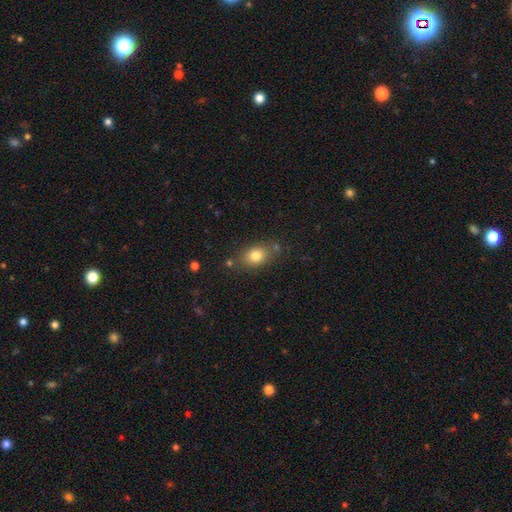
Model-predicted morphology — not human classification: type=smooth (80%); roundness=in between (70%); merging=none (76%).